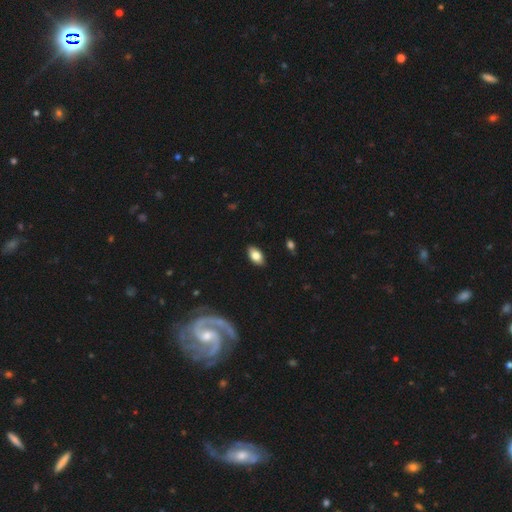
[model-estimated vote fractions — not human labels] This appears to be a smooth galaxy with no disk features (80%) that is in between round and cigar-shaped (93%). Merging: none (88%).